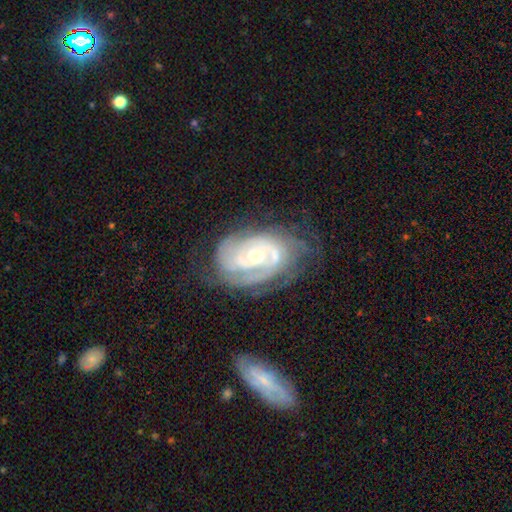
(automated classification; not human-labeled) A featured or disk galaxy (87%) with no bar (63%), 2 (42%) tight (63%) spiral arms (94%) and a small central bulge (53%).

Vote fractions:
- Smooth or featured? featured or disk: 87% / smooth: 8% / star or artifact: 6%
- Edge-on disk? no: 97% / yes: 3%
- Bar? no: 63% / weak: 28% / strong: 8%
- Spiral arms? yes: 94% / no: 6%
- Spiral winding? tight: 63% / medium: 30% / loose: 7%
- Spiral arm count? 2: 42% / can't tell: 26% / 3: 18% / 4: 5% / 1: 5% / more than 4: 4%
- Bulge size? small: 53% / moderate: 44% / large: 2% / none: 1% / dominant: 1%
- Merging? none: 60% / minor disturbance: 23% / major disturbance: 13% / merger: 4%